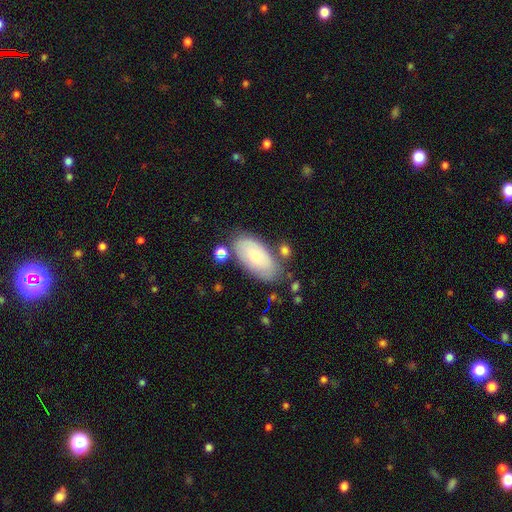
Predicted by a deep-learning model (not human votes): A smooth galaxy with no disk features (67%) that is in between round and cigar-shaped (94%).

Vote fractions:
- Smooth or featured? smooth: 67% / featured or disk: 26% / star or artifact: 7%
- How rounded? in between: 94% / cigar-shaped: 4% / round: 3%
- Merging? none: 70% / minor disturbance: 19% / merger: 6% / major disturbance: 5%